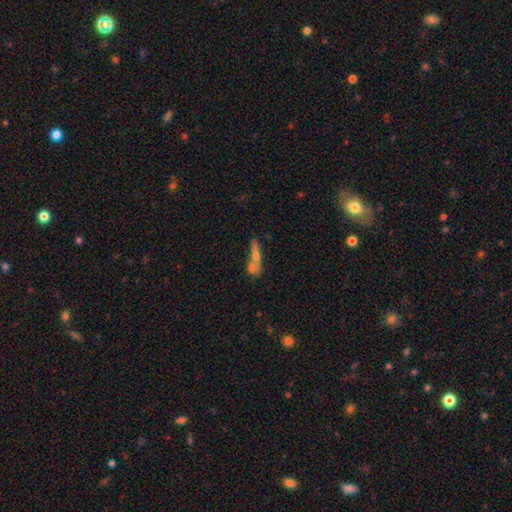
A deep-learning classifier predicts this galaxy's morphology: smooth-or-featured: smooth: 54% | featured or disk: 36% | star or artifact: 10%
  how-rounded: cigar-shaped: 61% | in between: 28% | round: 11%
  merging: merger: 51% | none: 33% | minor disturbance: 10% | major disturbance: 6%